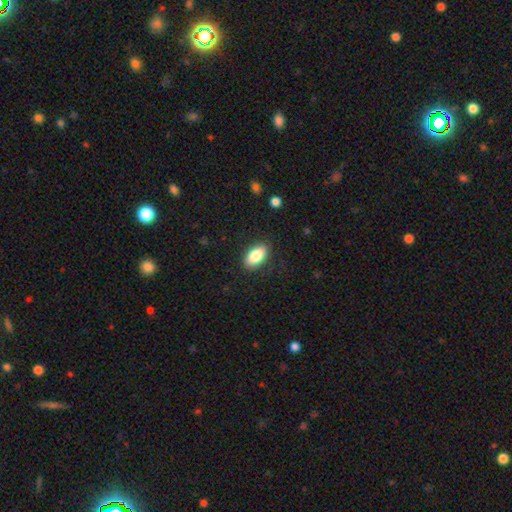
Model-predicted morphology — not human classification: A smooth galaxy with no disk features (85%) that is in between round and cigar-shaped (92%). Merging: none (86%).